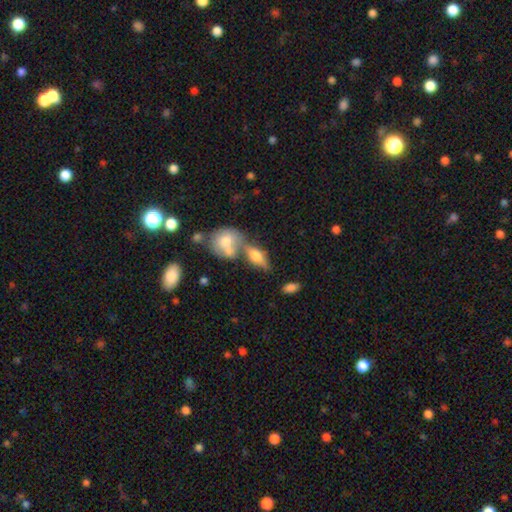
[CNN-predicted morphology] smooth_or_featured: smooth (p=0.58) [alt: featured or disk p=0.33]
how_rounded: in between (p=0.72) [alt: cigar-shaped p=0.20]
merging: none (p=0.42) [alt: merger p=0.39]